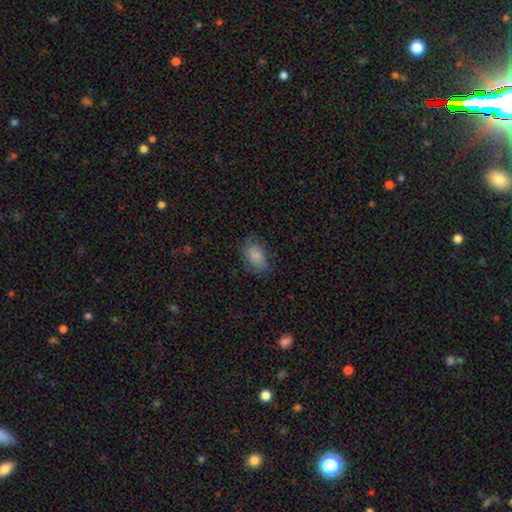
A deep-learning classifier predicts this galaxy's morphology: Smooth or featured? Predicted: smooth (p=0.86). How rounded? Predicted: in between (p=0.89). Merging? Predicted: none (p=0.75).